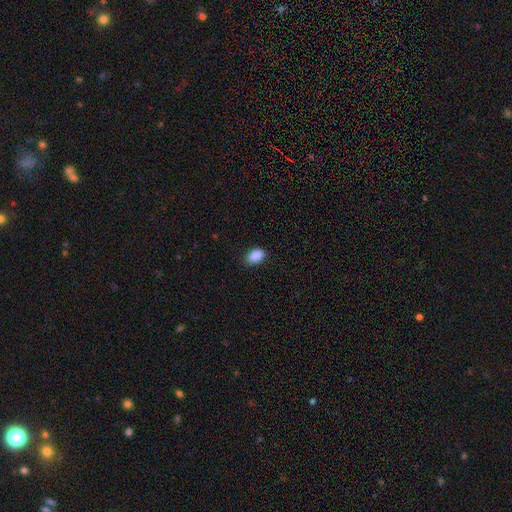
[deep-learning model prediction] This appears to be a smooth galaxy with no disk features (90%) that is in between round and cigar-shaped (89%). Merging: none (83%).